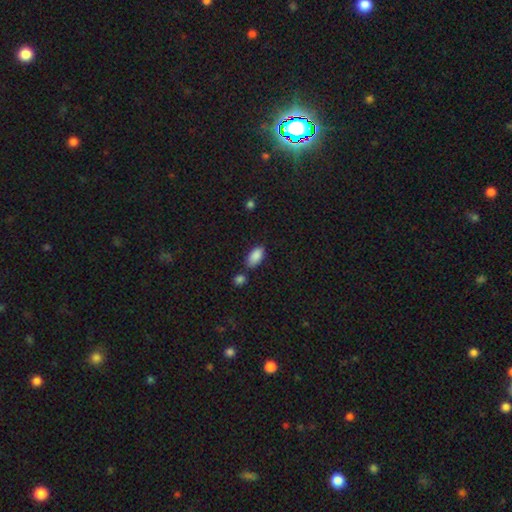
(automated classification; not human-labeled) This appears to be a smooth galaxy with no disk features (89%) that is in between round and cigar-shaped (92%). Merging: none (72%).